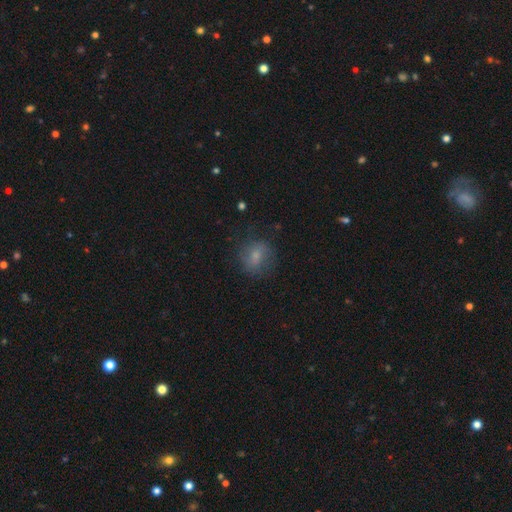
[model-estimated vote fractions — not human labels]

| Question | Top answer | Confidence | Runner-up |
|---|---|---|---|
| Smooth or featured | smooth | 68% | featured or disk (21%) |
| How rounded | round | 67% | in between (32%) |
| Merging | none | 72% | minor disturbance (18%) |